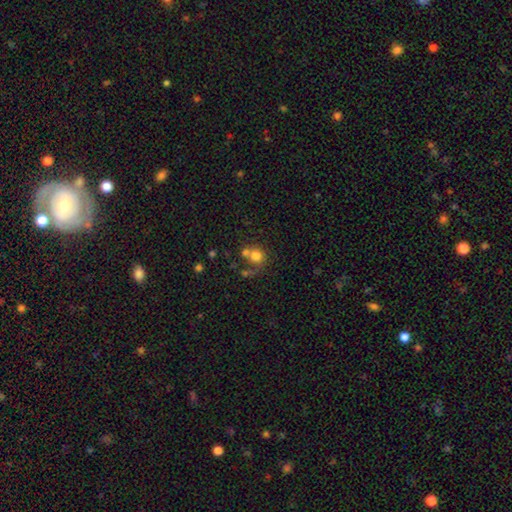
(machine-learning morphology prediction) Overall: smooth (75%). How rounded: round (84%). Merging: none (43%; merger 39%).